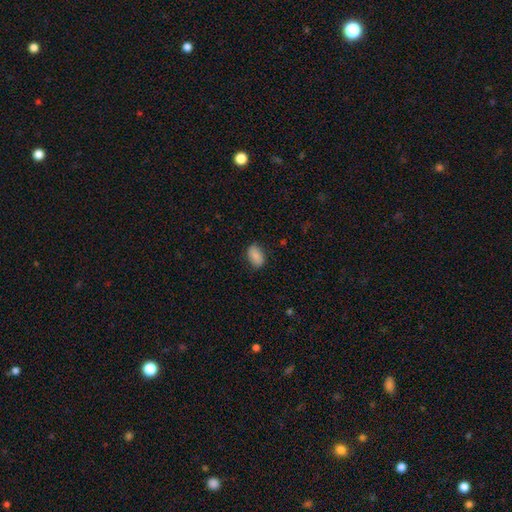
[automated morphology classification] Smooth or featured: smooth — 86% (featured or disk — 7%)
How rounded: in between — 91% (round — 8%)
Merging: none — 82% (minor disturbance — 14%)